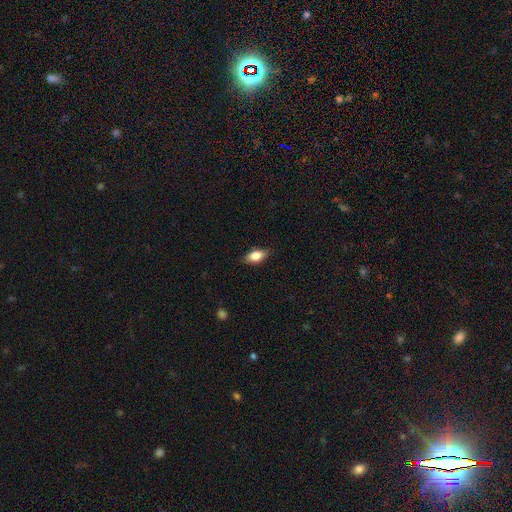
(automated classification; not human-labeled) A smooth galaxy with no disk features (81%) that is in between round and cigar-shaped (87%).

Vote fractions:
- Smooth or featured? smooth: 81% / featured or disk: 11% / star or artifact: 7%
- How rounded? in between: 87% / cigar-shaped: 8% / round: 6%
- Merging? none: 81% / minor disturbance: 15% / major disturbance: 3% / merger: 1%